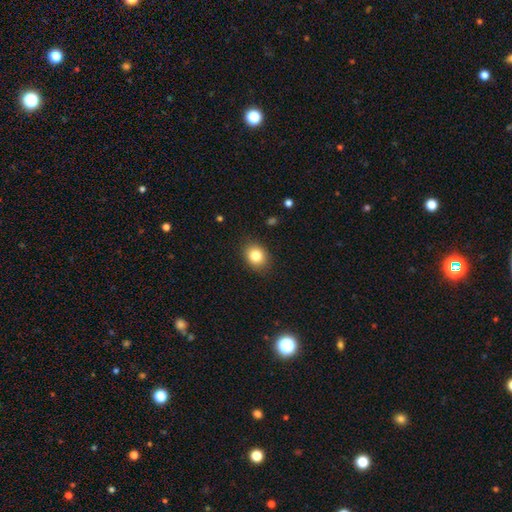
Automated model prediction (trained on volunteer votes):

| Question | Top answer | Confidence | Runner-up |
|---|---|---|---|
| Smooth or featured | smooth | 82% | star or artifact (10%) |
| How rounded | round | 55% | in between (44%) |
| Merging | none | 88% | minor disturbance (9%) |